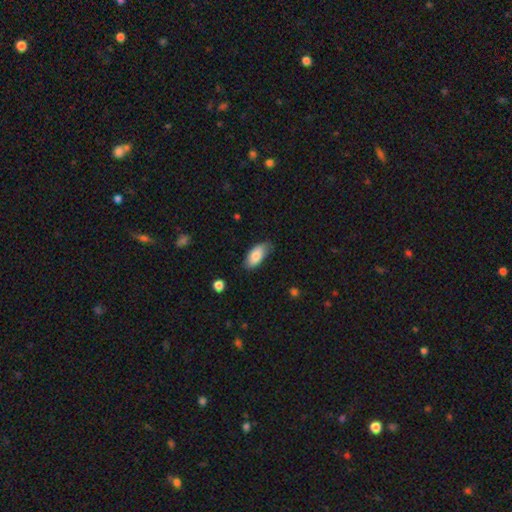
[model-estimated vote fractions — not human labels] smooth 82%, featured or disk 12%, star or artifact 6%. Down the decision tree: how rounded — in between (90%); merging — none (70%).